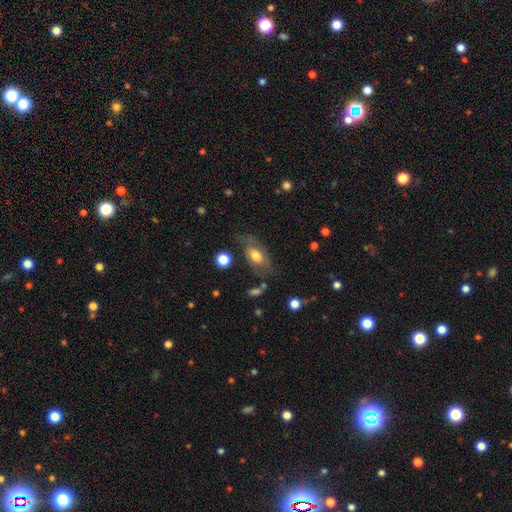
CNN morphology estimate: Smooth or featured?
  - smooth: 60% *
  - featured or disk: 32%
  - star or artifact: 7%
How rounded?
  - in between: 87% *
  - round: 9%
  - cigar-shaped: 4%
Merging?
  - none: 51% *
  - minor disturbance: 26%
  - major disturbance: 17%
  - merger: 5%